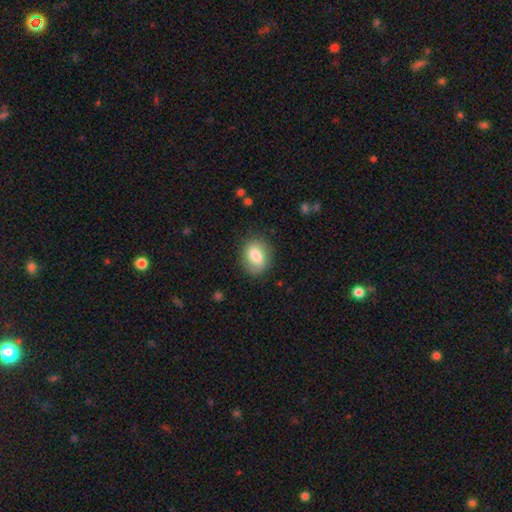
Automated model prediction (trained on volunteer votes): smooth-or-featured: smooth: 78% | featured or disk: 15% | star or artifact: 7%
  how-rounded: in between: 60% | round: 39% | cigar-shaped: 1%
  merging: none: 81% | minor disturbance: 14% | major disturbance: 4% | merger: 1%